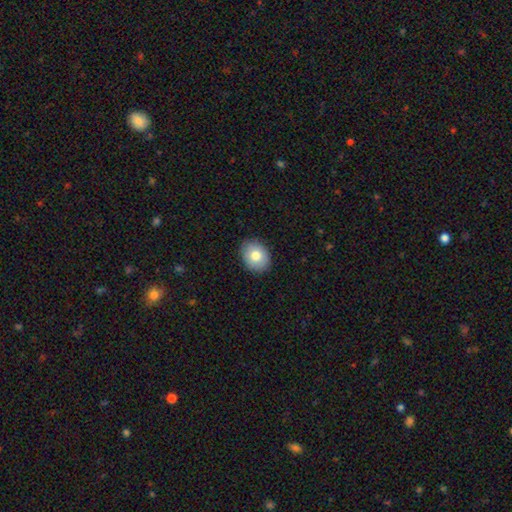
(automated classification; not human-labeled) This appears to be a smooth galaxy with no disk features (79%) that is in between round and cigar-shaped (56%). Merging: none (89%).